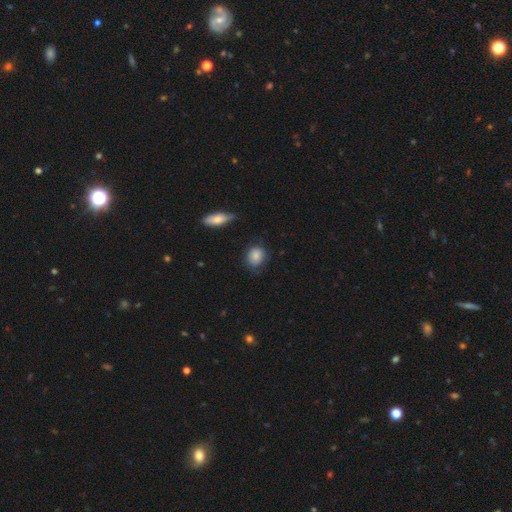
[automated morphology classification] Smooth or featured? Predicted: smooth (p=0.84). How rounded? Predicted: round (p=0.65). Merging? Predicted: none (p=0.67).